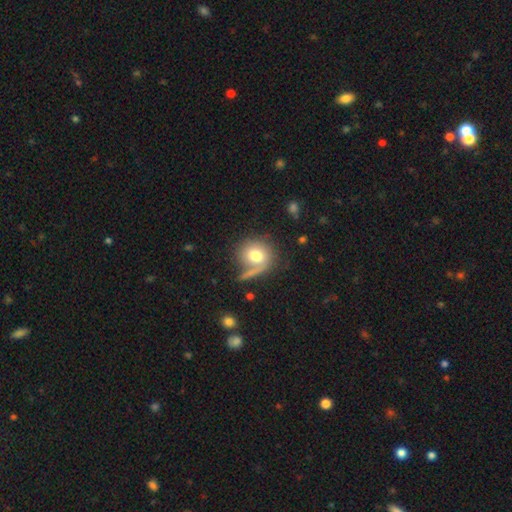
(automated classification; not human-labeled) Overall: smooth (73%). How rounded: round (82%). Merging: none (60%).